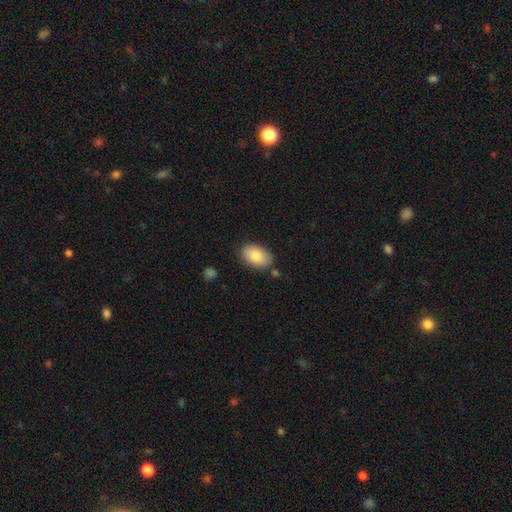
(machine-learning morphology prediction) The model was most divided on "merging": none: 81%, minor disturbance: 13%, merger: 3%, major disturbance: 3%. More confident: how rounded — in between (92%); smooth or featured — smooth (84%).